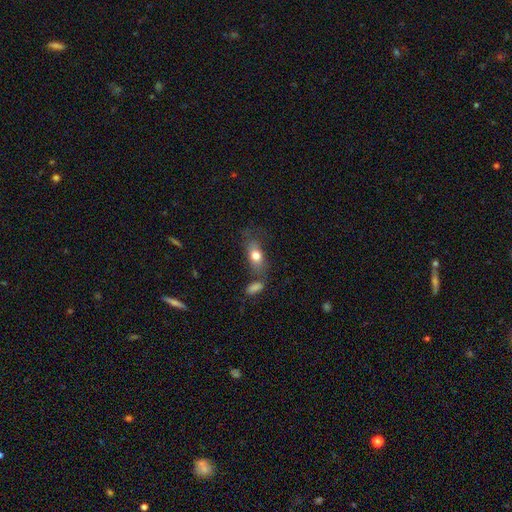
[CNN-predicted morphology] Smooth or featured: smooth — 75% (featured or disk — 17%)
How rounded: in between — 80% (round — 10%)
Merging: none — 56% (minor disturbance — 21%)